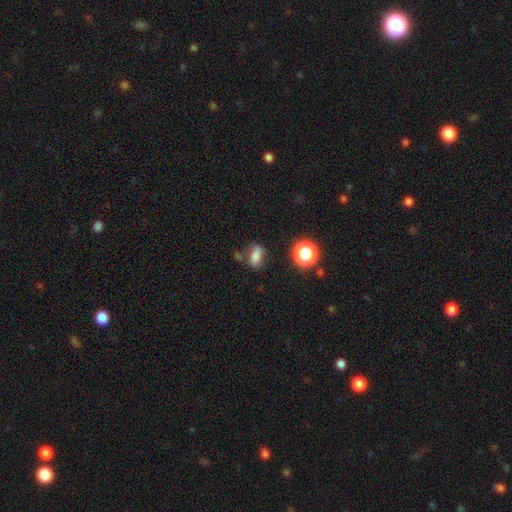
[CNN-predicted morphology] This is likely a smooth galaxy (78%). How rounded: likely in between (77%). Merging: likely none (70%).